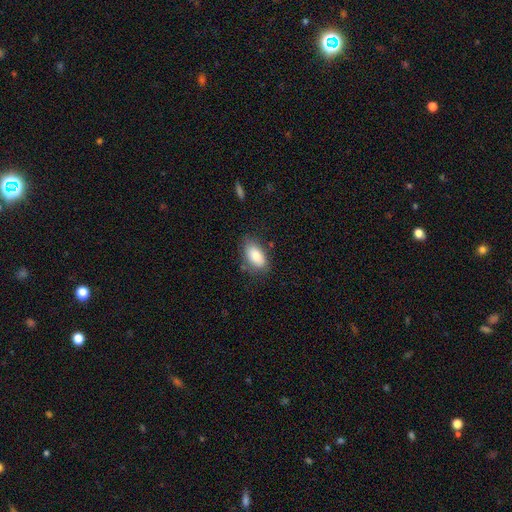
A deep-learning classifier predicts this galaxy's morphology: Smooth or featured: smooth — 82% (featured or disk — 11%)
How rounded: in between — 92% (round — 4%)
Merging: none — 74% (minor disturbance — 19%)